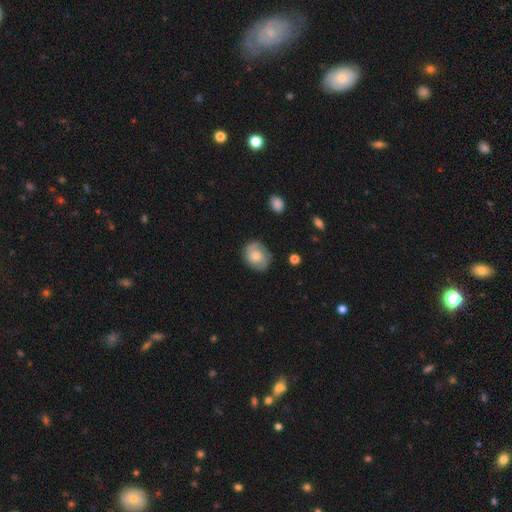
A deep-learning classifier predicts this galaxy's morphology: Smooth or featured? Predicted: smooth (p=0.48). Merging? Predicted: none (p=0.76).